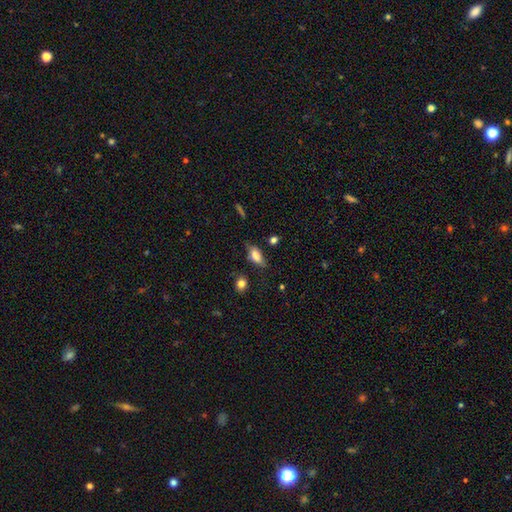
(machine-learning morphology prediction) This appears to be a smooth galaxy with no disk features (72%) that is in between round and cigar-shaped (78%). Merging: none (63%).